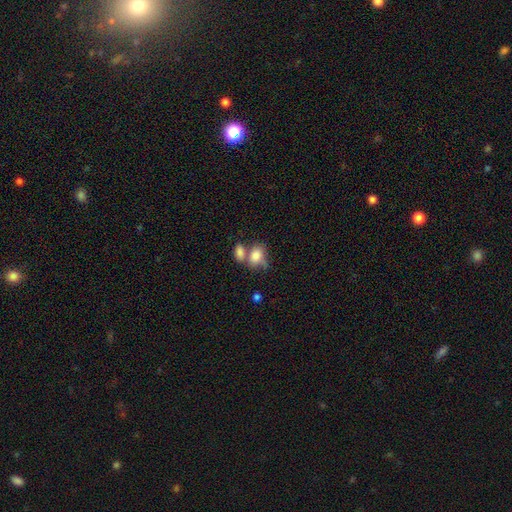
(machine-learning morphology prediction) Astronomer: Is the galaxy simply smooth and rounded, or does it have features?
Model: smooth — 81%.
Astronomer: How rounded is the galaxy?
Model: in between — 70%.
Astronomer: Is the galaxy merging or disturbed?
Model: merger — 48% (runner-up: none, 32%).